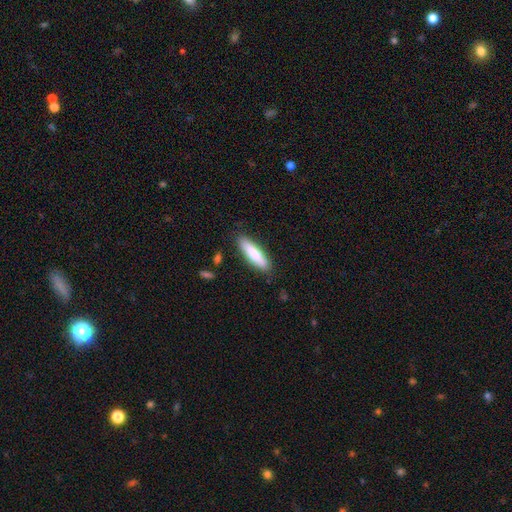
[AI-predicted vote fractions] Overall: smooth (75%). How rounded: cigar-shaped (69%; in between 30%). Merging: none (86%).